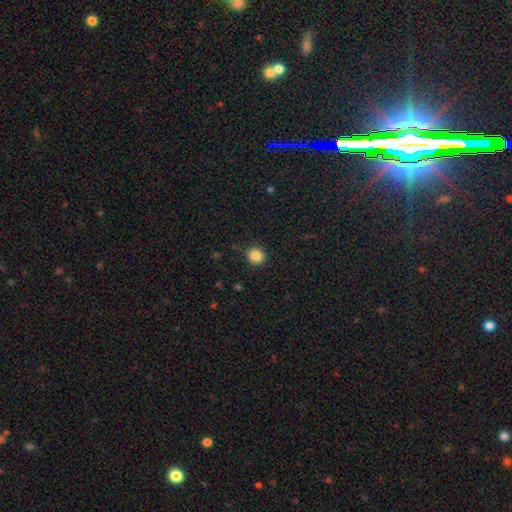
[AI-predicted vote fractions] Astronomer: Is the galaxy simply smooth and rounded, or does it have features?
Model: smooth — 85%.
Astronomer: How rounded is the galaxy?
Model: round — 90%.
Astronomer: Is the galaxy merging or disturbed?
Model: none — 89%.